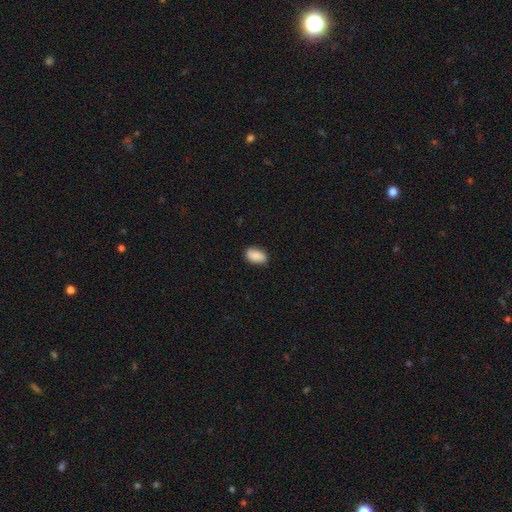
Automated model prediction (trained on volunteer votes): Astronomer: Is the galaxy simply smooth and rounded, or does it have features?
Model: smooth — 82%.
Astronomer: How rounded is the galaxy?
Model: in between — 91%.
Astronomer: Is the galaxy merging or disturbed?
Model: none — 81%.